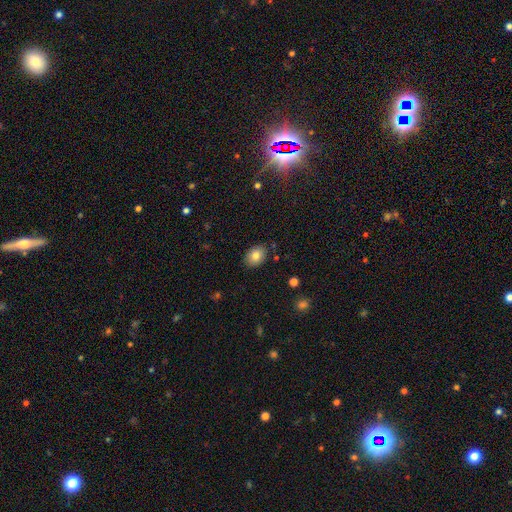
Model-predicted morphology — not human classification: A smooth galaxy with no disk features (81%) that is in between round and cigar-shaped (70%).

Vote fractions:
- Smooth or featured? smooth: 81% / featured or disk: 11% / star or artifact: 9%
- How rounded? in between: 70% / round: 30% / cigar-shaped: 1%
- Merging? none: 87% / minor disturbance: 9% / major disturbance: 2% / merger: 2%